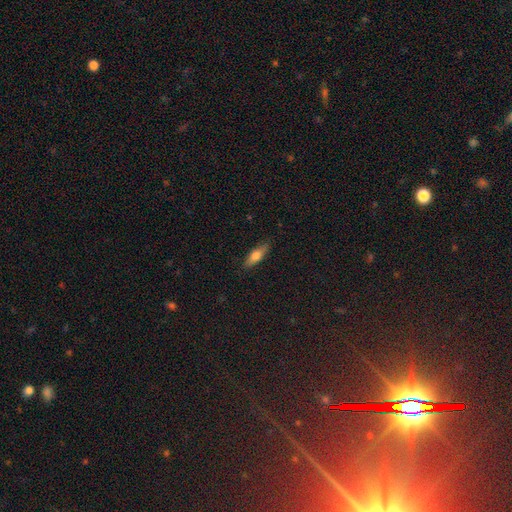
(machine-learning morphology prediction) Smooth or featured? smooth (66%)
How rounded? cigar-shaped (52%)
Merging? none (86%)